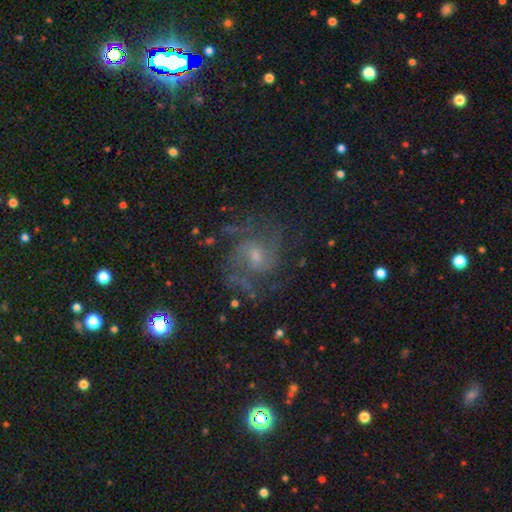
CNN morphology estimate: A featured or disk galaxy (77%) with no bar (56%), medium (49%) spiral arms (91%) and a small central bulge (52%). Merging: none (63%).